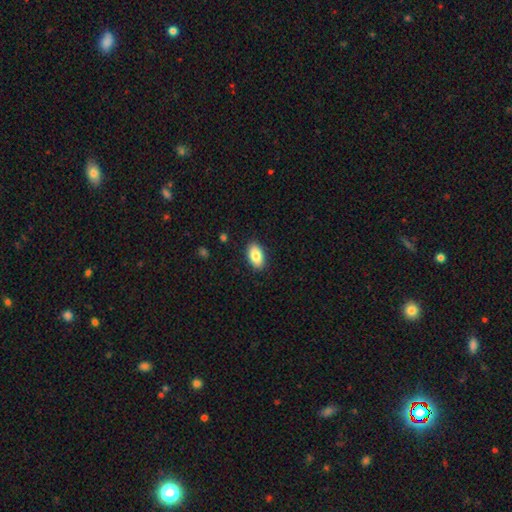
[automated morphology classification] The model was most divided on "smooth or featured": smooth: 85%, featured or disk: 8%, star or artifact: 7%. More confident: how rounded — in between (93%); merging — none (89%).